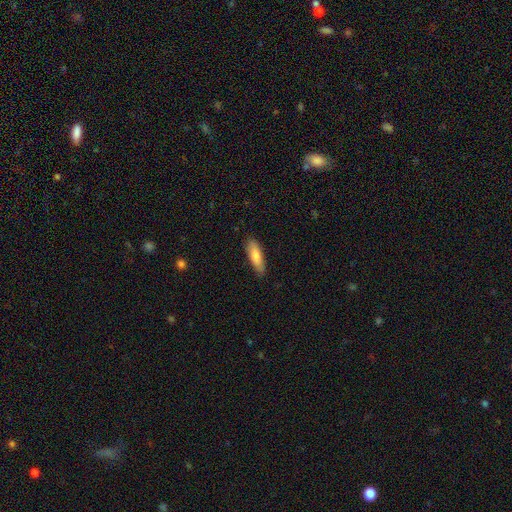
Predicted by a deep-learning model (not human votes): smooth_or_featured: smooth (p=0.80) [alt: featured or disk p=0.15]
how_rounded: cigar-shaped (p=0.49) [tied with: in between p=0.49]
merging: none (p=0.84) [alt: minor disturbance p=0.12]